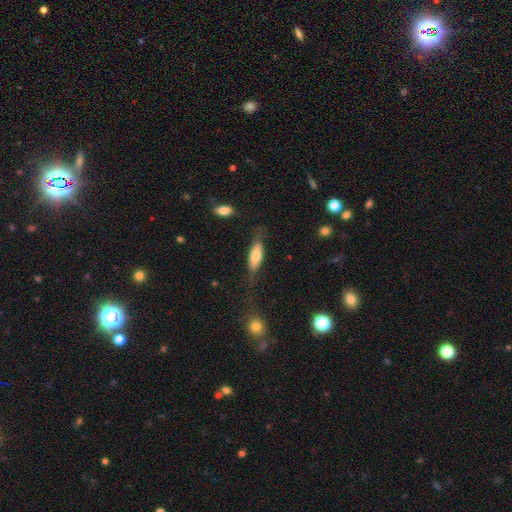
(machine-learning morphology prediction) Smooth or featured? Predicted: smooth (p=0.69). How rounded? Predicted: in between (p=0.61). Merging? Predicted: none (p=0.67).